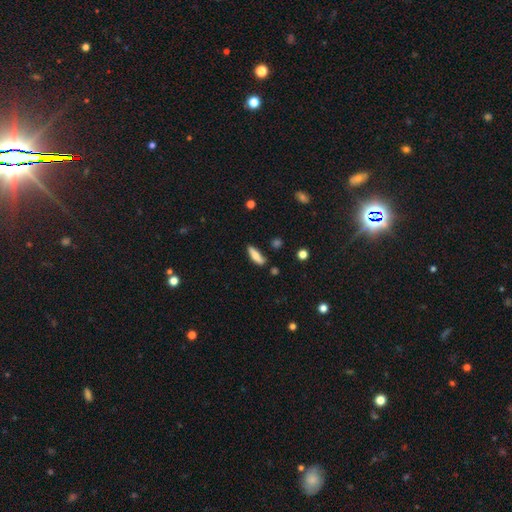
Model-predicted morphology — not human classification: smooth_or_featured: smooth (p=0.69) [alt: featured or disk p=0.25]
how_rounded: cigar-shaped (p=0.60) [alt: in between p=0.37]
merging: none (p=0.72) [alt: minor disturbance p=0.20]